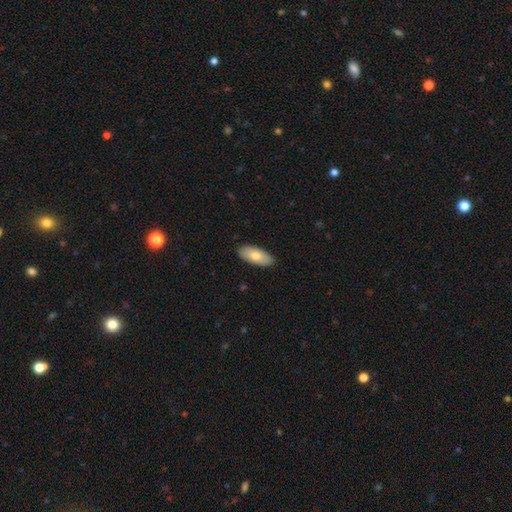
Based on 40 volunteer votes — Smooth or featured? 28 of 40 (70%) said smooth. How rounded? 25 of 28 (89%) said in between. Merging? 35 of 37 (95%) said none.